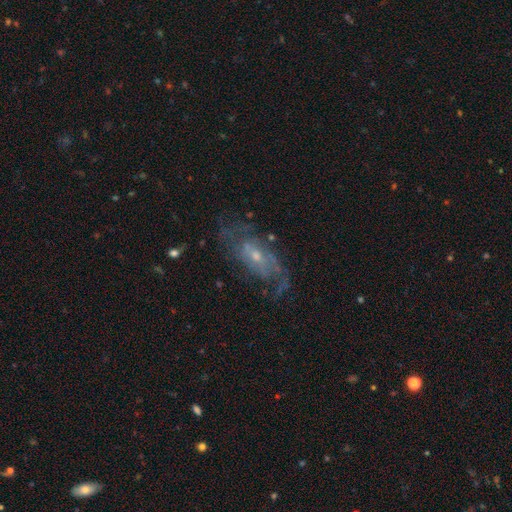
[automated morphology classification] Smooth or featured?
  - featured or disk: 77% *
  - smooth: 14%
  - star or artifact: 9%
Edge-on disk?
  - no: 91% *
  - yes: 9%
Bar?
  - no: 60% *
  - weak: 33%
  - strong: 7%
Spiral arms?
  - yes: 84% *
  - no: 16%
Spiral winding?
  - medium: 42% *
  - tight: 32%
  - loose: 26%
Spiral arm count?
  - 2: 40% *
  - can't tell: 34%
  - 1: 10%
  - 3: 8%
  - 4: 4%
  - more than 4: 3%
Bulge size?
  - small: 59% *
  - moderate: 36%
  - none: 3%
  - large: 2%
  - dominant: 1%
Merging?
  - none: 62% *
  - minor disturbance: 19%
  - major disturbance: 17%
  - merger: 2%